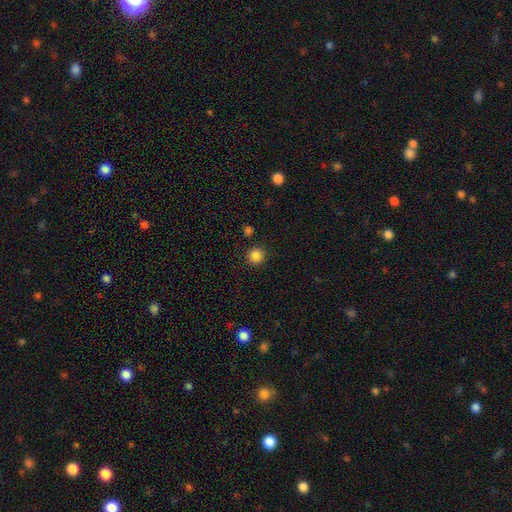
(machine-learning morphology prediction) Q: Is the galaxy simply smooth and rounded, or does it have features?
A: smooth — 85%.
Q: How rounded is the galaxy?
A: round — 93%.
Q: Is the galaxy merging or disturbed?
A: none — 89%.